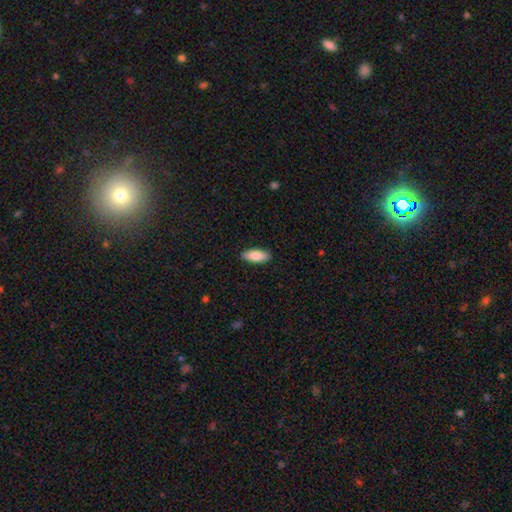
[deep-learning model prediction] Smooth or featured? Predicted: smooth (p=0.86). How rounded? Predicted: in between (p=0.83). Merging? Predicted: none (p=0.89).